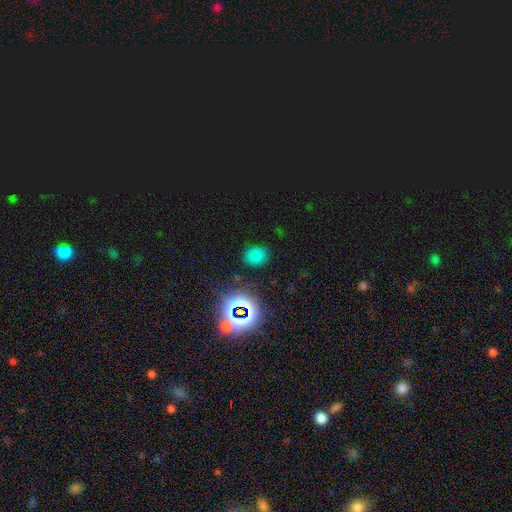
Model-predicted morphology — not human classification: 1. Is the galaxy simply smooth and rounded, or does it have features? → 67% smooth, 26% star or artifact, 6% featured or disk.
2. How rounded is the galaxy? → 65% round, 33% in between, 1% cigar-shaped.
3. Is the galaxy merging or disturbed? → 81% none, 12% minor disturbance, 4% major disturbance, 2% merger.